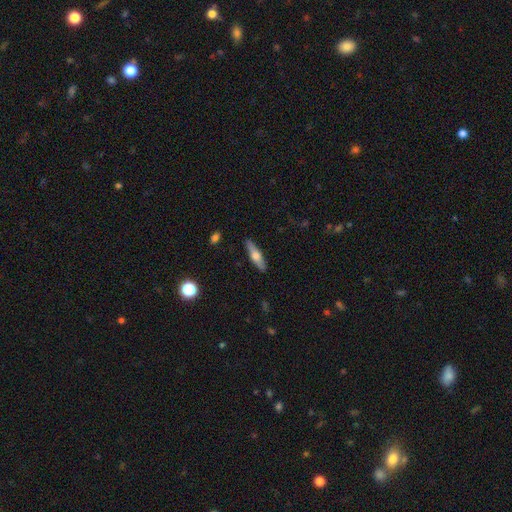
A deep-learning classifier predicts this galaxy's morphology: Overall: smooth (49%; featured or disk 45%). Merging: none (89%).